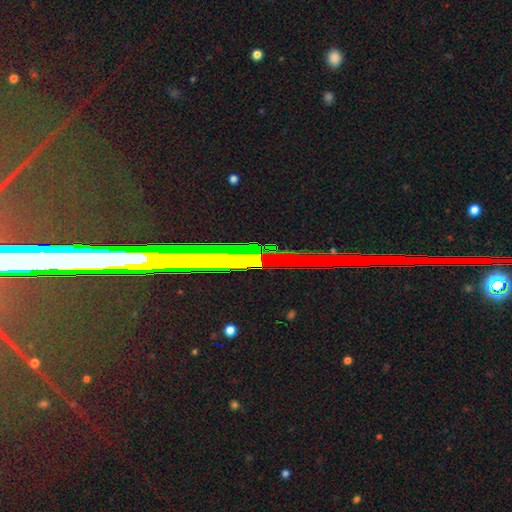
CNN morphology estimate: smooth-or-featured: star or artifact: 74% | featured or disk: 17% | smooth: 10%